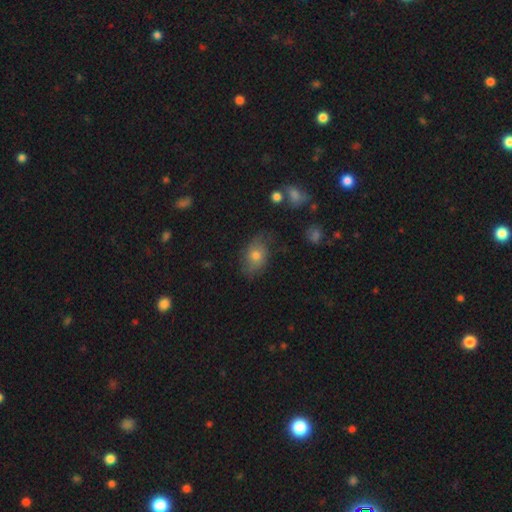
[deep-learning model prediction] smooth_or_featured: smooth (p=0.70) [alt: featured or disk p=0.20]
how_rounded: in between (p=0.79) [alt: round p=0.20]
merging: none (p=0.66) [alt: minor disturbance p=0.24]